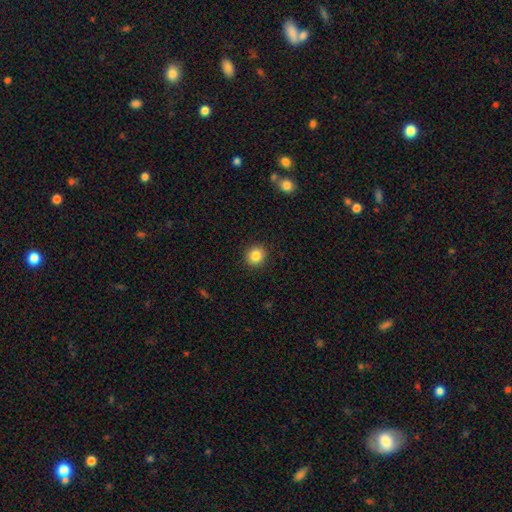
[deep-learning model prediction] smooth 84%, star or artifact 10%, featured or disk 5%. Down the decision tree: how rounded — round (89%); merging — none (92%).